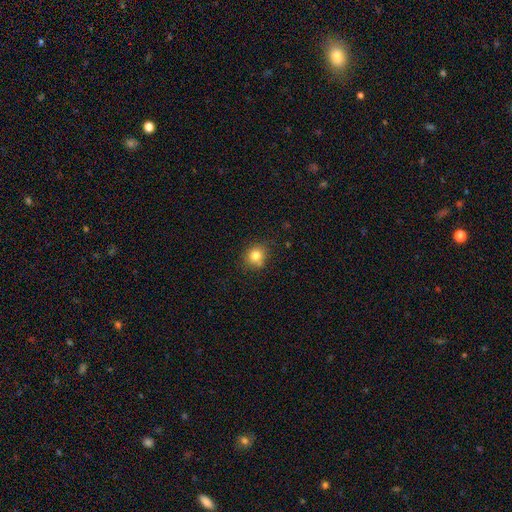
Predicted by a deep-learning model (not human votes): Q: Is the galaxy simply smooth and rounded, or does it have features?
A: smooth — 80%.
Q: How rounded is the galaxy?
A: round — 79%.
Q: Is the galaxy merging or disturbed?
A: none — 75%.